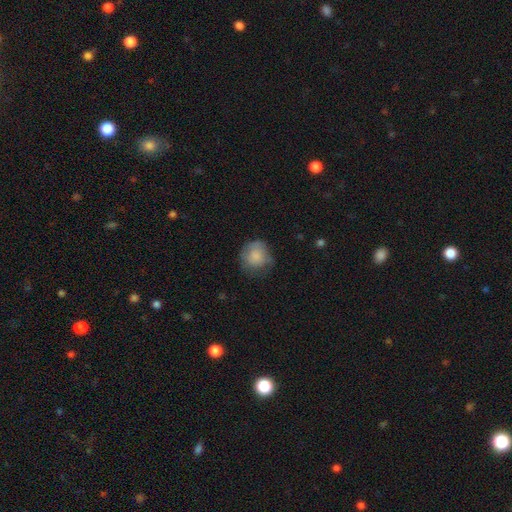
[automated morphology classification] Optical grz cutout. It shows a smooth galaxy with no disk features (80%) that is round (87%). Merging: none (62%).